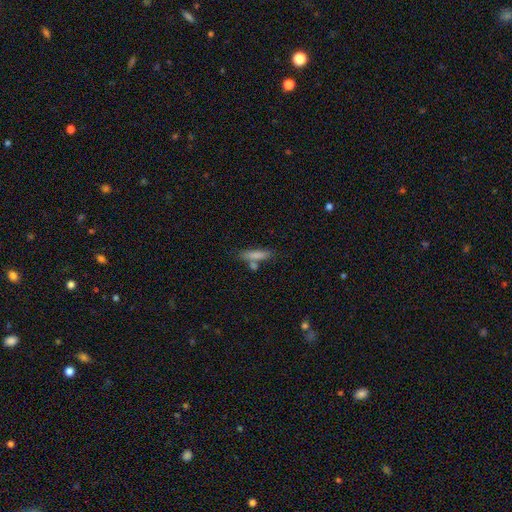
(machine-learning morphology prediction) Smooth or featured?
  - smooth: 79% *
  - featured or disk: 14%
  - star or artifact: 8%
How rounded?
  - cigar-shaped: 73% *
  - in between: 25%
  - round: 3%
Merging?
  - none: 60% *
  - merger: 21%
  - minor disturbance: 14%
  - major disturbance: 5%